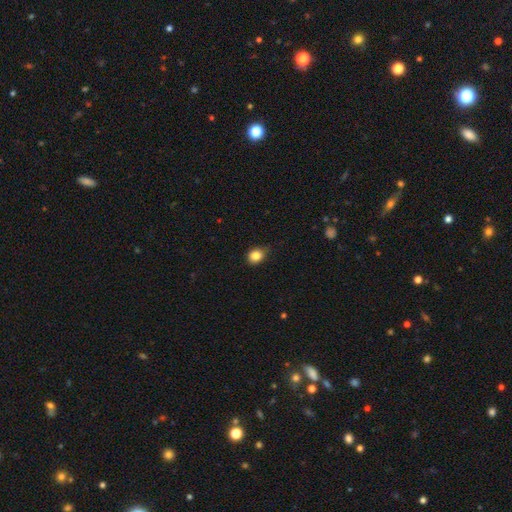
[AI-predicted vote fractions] Smooth or featured?
  - smooth: 84% *
  - star or artifact: 10%
  - featured or disk: 5%
How rounded?
  - round: 63% *
  - in between: 36%
  - cigar-shaped: 1%
Merging?
  - none: 71% *
  - minor disturbance: 24%
  - major disturbance: 3%
  - merger: 1%